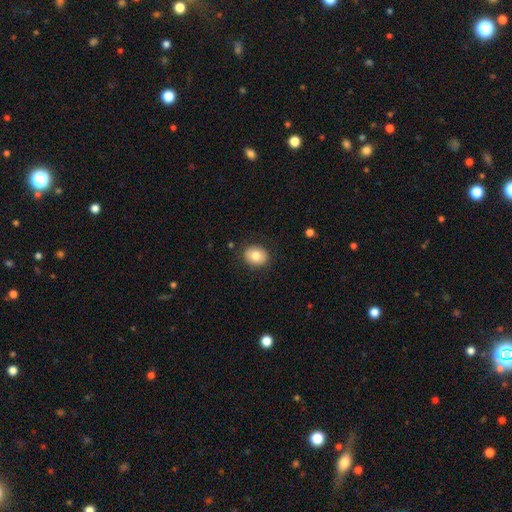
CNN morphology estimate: smooth 79%, featured or disk 13%, star or artifact 8%. Down the decision tree: how rounded — round (66%); merging — none (87%).